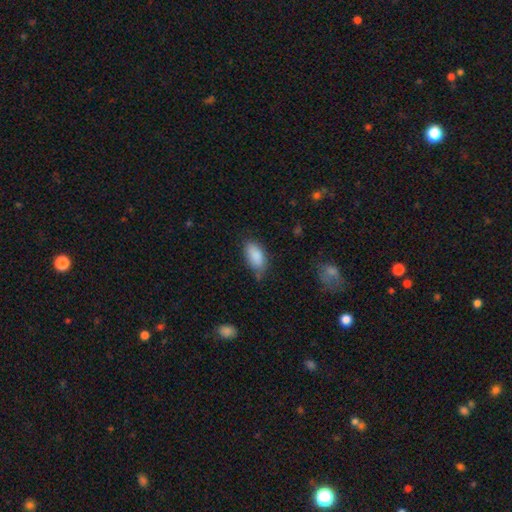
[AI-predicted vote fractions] smooth 87%, star or artifact 7%, featured or disk 6%. Down the decision tree: how rounded — in between (92%); merging — none (62%).